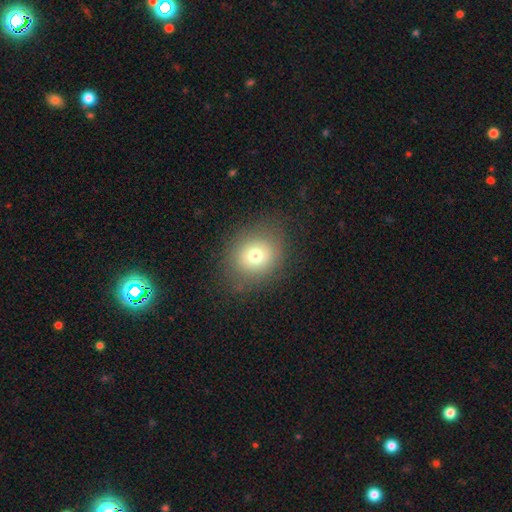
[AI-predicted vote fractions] This appears to be a smooth galaxy with no disk features (70%) that is round (73%). Merging: none (82%).